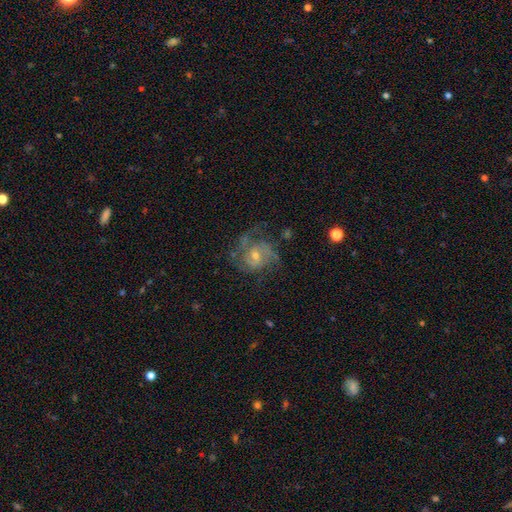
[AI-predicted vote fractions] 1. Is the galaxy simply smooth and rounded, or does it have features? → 81% featured or disk, 11% smooth, 9% star or artifact.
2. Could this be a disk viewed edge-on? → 98% no, 2% yes.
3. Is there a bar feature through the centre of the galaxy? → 60% no, 34% weak, 6% strong.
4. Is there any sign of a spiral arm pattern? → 93% yes, 7% no.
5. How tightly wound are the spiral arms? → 48% medium, 37% tight, 16% loose.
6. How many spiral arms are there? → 40% 2, 23% can't tell, 22% 3, 6% 1, 6% 4, 4% more than 4.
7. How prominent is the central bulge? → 52% small, 42% moderate, 3% none, 2% large, 1% dominant.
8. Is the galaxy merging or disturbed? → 62% none, 19% minor disturbance, 17% major disturbance, 2% merger.